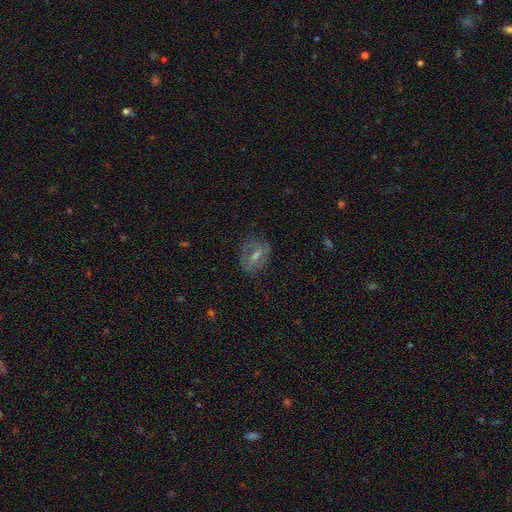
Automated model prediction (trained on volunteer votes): featured or disk 55%, smooth 35%, star or artifact 10%. Down the decision tree: edge-on disk — no (92%); bar — weak (44%); spiral arms — yes (53%); bulge size — moderate (51%); merging — none (68%).